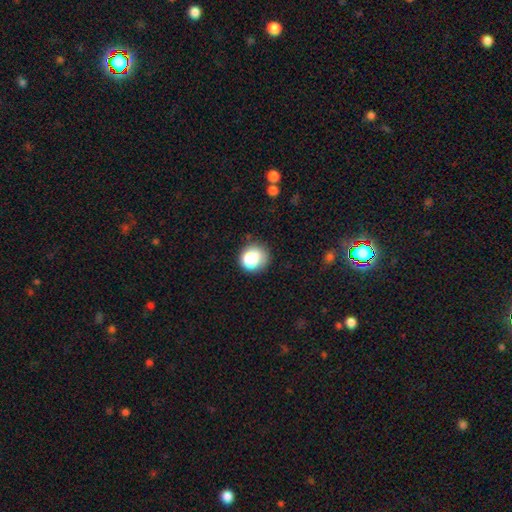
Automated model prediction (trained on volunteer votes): Q: Smooth or featured?
A: smooth (78%); runner-up: star or artifact (11%)
Q: How rounded?
A: round (83%); runner-up: in between (16%)
Q: Merging?
A: none (65%); runner-up: minor disturbance (20%)